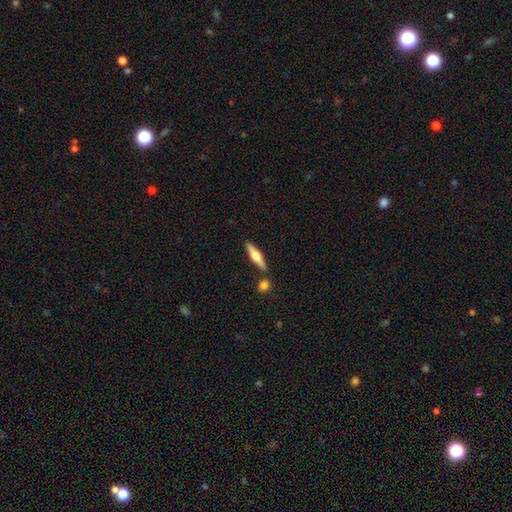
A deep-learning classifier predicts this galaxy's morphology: The model was most divided on "smooth or featured": featured or disk: 57%, smooth: 38%, star or artifact: 5%. More confident: edge-on disk — yes (96%); edge-on bulge — rounded (91%); merging — none (81%).